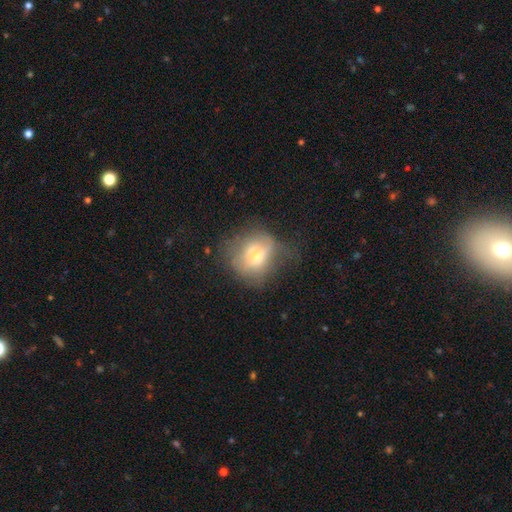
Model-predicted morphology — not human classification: smooth 56%, featured or disk 32%, star or artifact 13%. Down the decision tree: how rounded — round (71%); merging — none (42%).